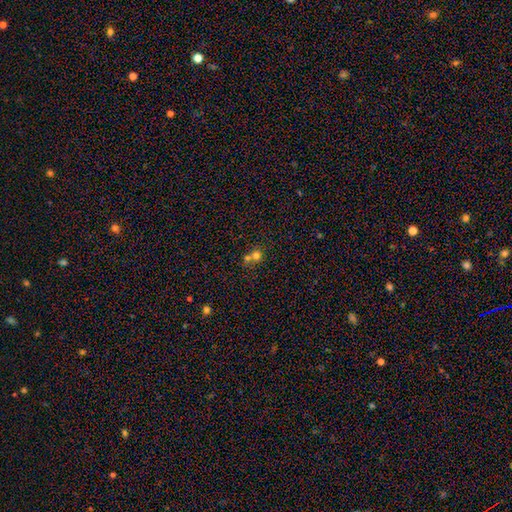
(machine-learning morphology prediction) Smooth or featured?
  - smooth: 71% *
  - star or artifact: 17%
  - featured or disk: 12%
How rounded?
  - round: 79% *
  - in between: 20%
  - cigar-shaped: 1%
Merging?
  - merger: 54% *
  - none: 36%
  - minor disturbance: 6%
  - major disturbance: 4%